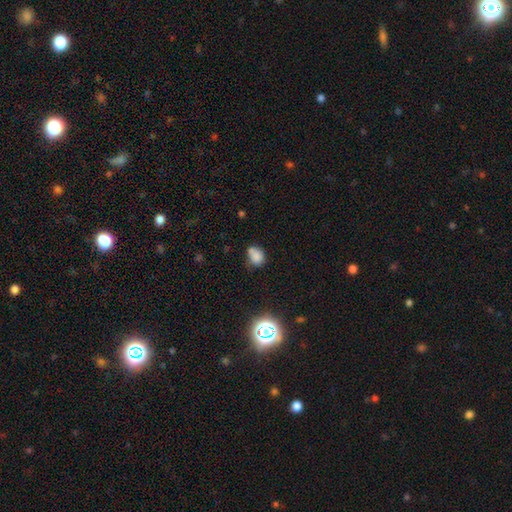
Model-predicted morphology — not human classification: Smooth or featured? Predicted: smooth (p=0.78). How rounded? Predicted: in between (p=0.61). Merging? Predicted: none (p=0.51).